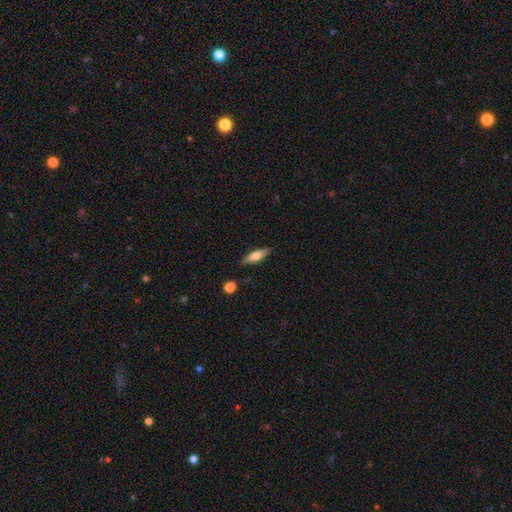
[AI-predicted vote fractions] This is possibly a smooth galaxy (53%). How rounded: possibly cigar-shaped (58%). Merging: clearly none (85%).